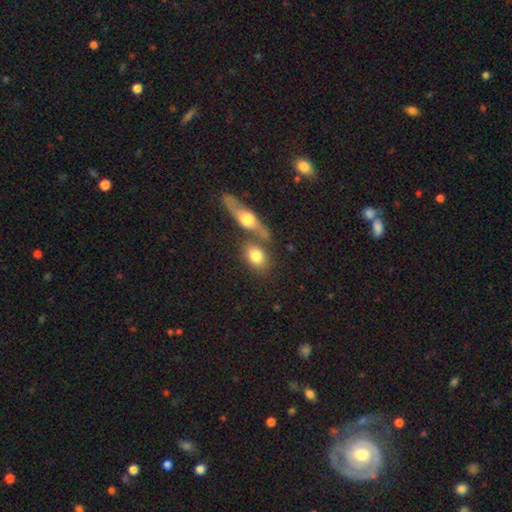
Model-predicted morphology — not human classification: This appears to be a smooth galaxy with no disk features (75%) that is in between round and cigar-shaped (70%). Merging: none (50%).